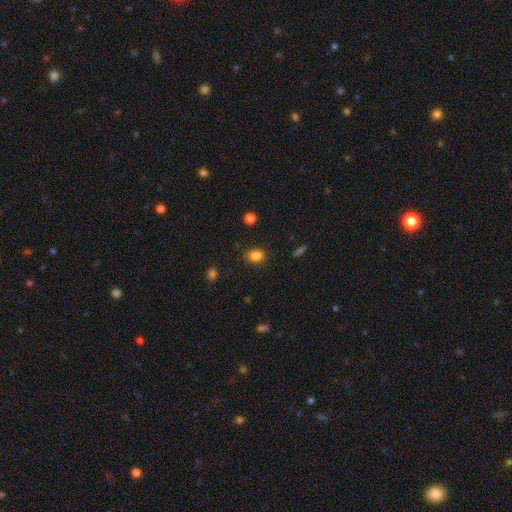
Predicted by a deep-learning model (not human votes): A smooth galaxy with no disk features (84%) that is in between round and cigar-shaped (53%). Merging: none (83%).